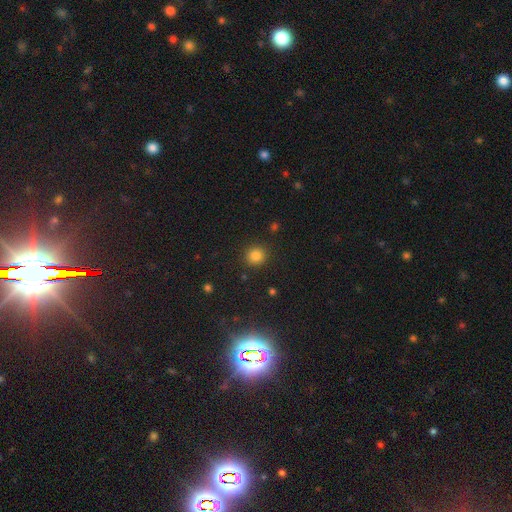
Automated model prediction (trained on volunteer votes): smooth 82%, star or artifact 13%, featured or disk 5%. Down the decision tree: how rounded — round (90%); merging — none (90%).